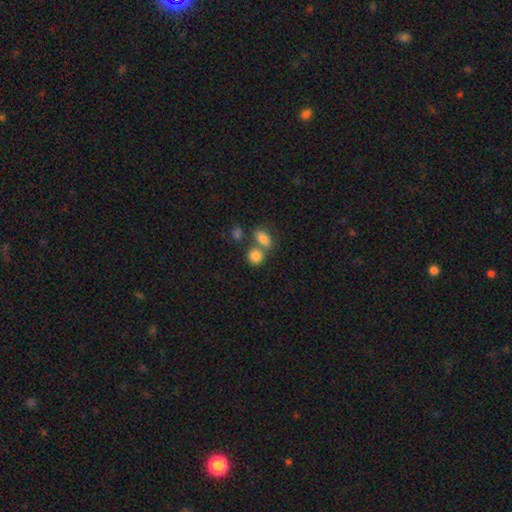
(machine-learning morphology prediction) Smooth or featured? Predicted: smooth (p=0.84). How rounded? Predicted: round (p=0.61). Merging? Predicted: none (p=0.46).